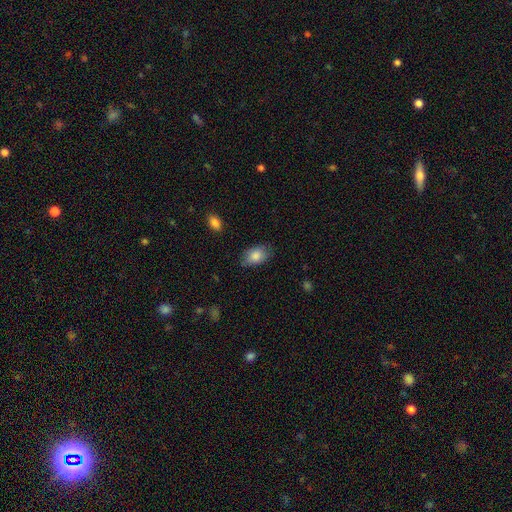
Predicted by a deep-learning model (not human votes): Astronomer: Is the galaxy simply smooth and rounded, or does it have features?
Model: smooth — 85%.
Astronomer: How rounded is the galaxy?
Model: in between — 90%.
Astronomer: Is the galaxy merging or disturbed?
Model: none — 78%.